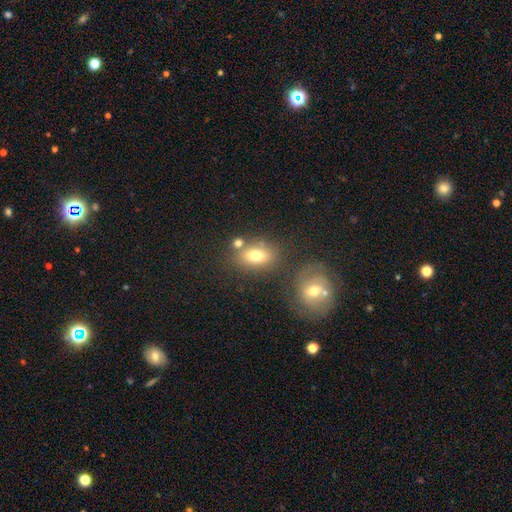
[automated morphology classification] A smooth galaxy with no disk features (74%) that is in between round and cigar-shaped (75%).

Vote fractions:
- Smooth or featured? smooth: 74% / featured or disk: 15% / star or artifact: 11%
- How rounded? in between: 75% / round: 23% / cigar-shaped: 2%
- Merging? none: 64% / merger: 17% / minor disturbance: 14% / major disturbance: 5%